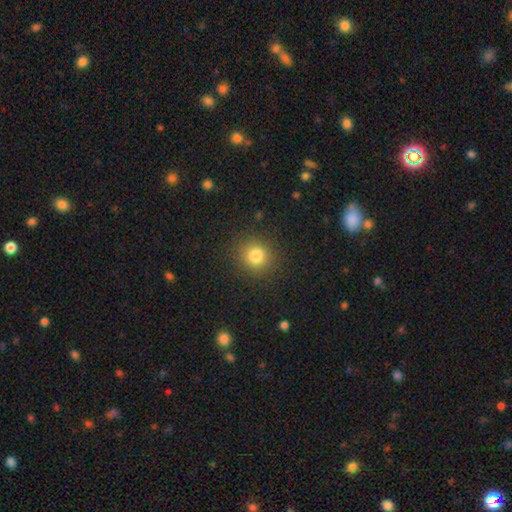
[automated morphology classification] A smooth galaxy with no disk features (81%) that is round (86%). Merging: none (88%).